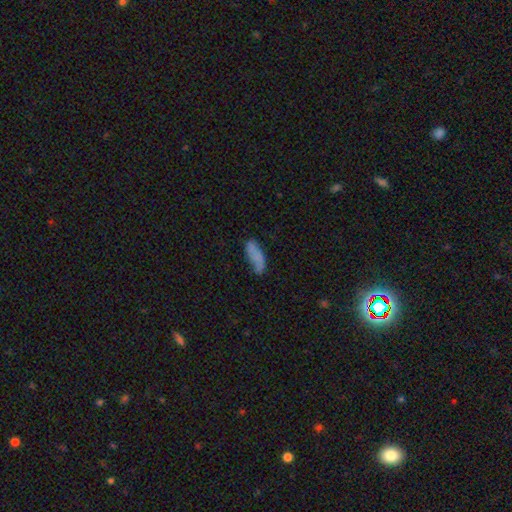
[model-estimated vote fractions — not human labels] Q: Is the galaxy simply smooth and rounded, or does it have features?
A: smooth — 72%.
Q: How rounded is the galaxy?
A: in between — 68%.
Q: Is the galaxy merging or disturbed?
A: none — 52%.